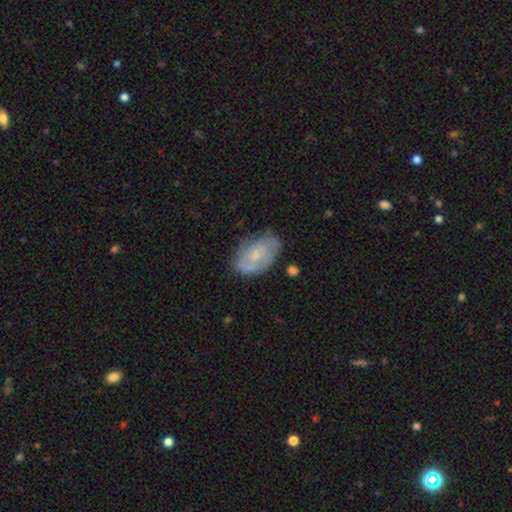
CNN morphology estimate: smooth-or-featured: featured or disk: 53% | smooth: 40% | star or artifact: 7%
  disk-edge-on: no: 95% | yes: 5%
    bar: no: 78% | weak: 19% | strong: 3%
    has-spiral-arms: yes: 67% | no: 33%
    bulge-size: small: 57% | moderate: 31% | none: 9% | large: 2% | dominant: 1%
  merging: none: 64% | minor disturbance: 26% | major disturbance: 8% | merger: 2%